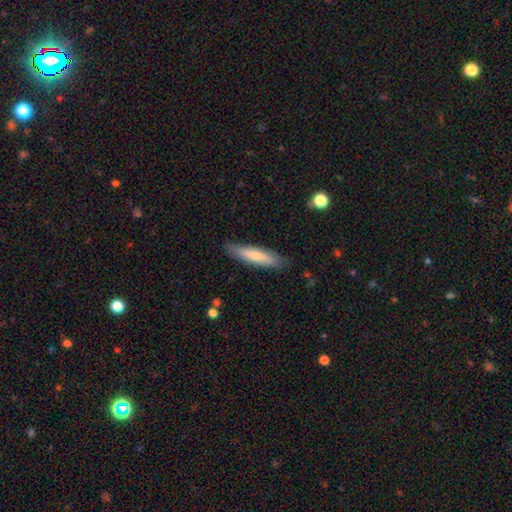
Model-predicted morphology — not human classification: smooth_or_featured: smooth (p=0.70) [alt: featured or disk p=0.25]
how_rounded: cigar-shaped (p=0.79) [alt: in between p=0.20]
merging: none (p=0.84) [alt: minor disturbance p=0.12]